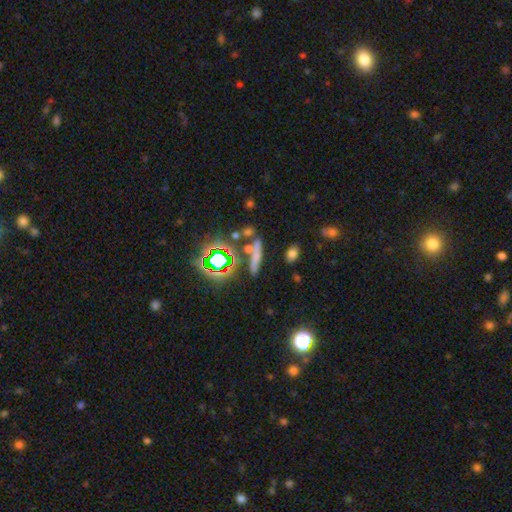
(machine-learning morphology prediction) Smooth or featured? Predicted: smooth (p=0.54). How rounded? Predicted: cigar-shaped (p=0.73). Merging? Predicted: none (p=0.69).